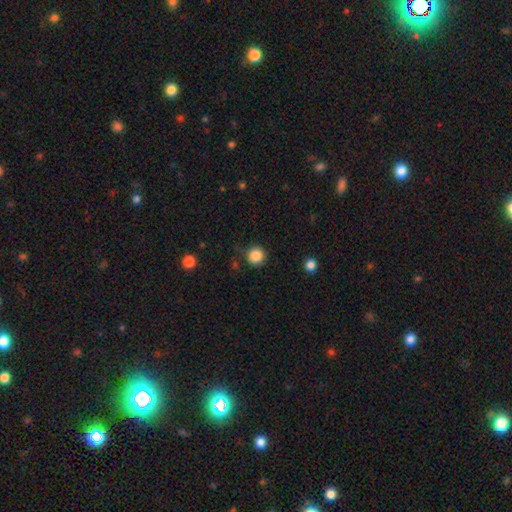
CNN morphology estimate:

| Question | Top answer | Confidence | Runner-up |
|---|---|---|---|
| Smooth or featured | smooth | 86% | star or artifact (10%) |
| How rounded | round | 95% | in between (4%) |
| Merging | none | 82% | minor disturbance (12%) |